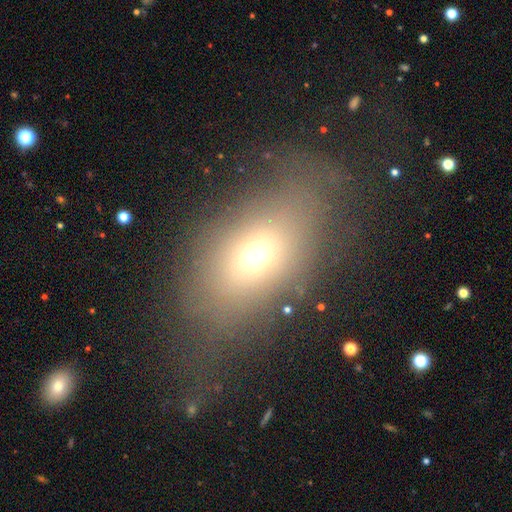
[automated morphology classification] This is likely a smooth galaxy (66%). How rounded: likely in between (75%). Merging: likely none (68%).